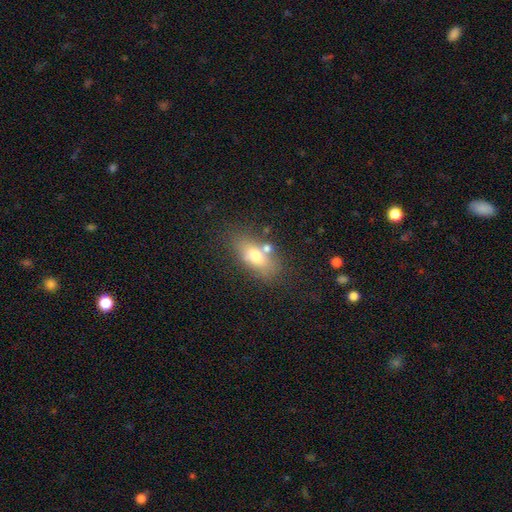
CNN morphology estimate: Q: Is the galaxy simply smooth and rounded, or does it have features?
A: smooth — 70%.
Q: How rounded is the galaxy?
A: in between — 81%.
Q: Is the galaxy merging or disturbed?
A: none — 65%.